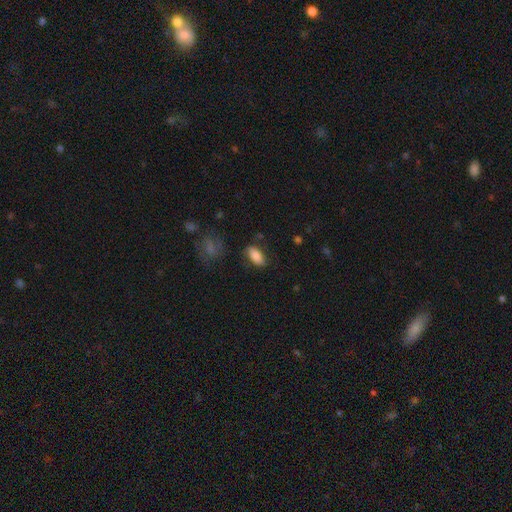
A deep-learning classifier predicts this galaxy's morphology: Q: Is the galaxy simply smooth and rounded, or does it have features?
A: smooth — 84%.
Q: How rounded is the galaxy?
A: in between — 90%.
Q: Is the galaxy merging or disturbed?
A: none — 76%.